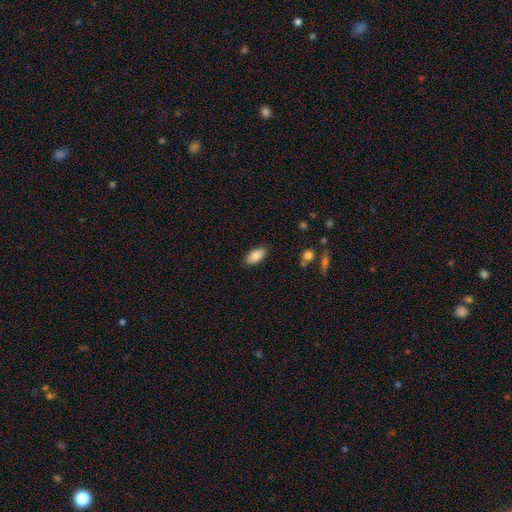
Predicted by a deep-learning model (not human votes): Morphology: type=smooth (86%); roundness=in between (91%); merging=none (87%).